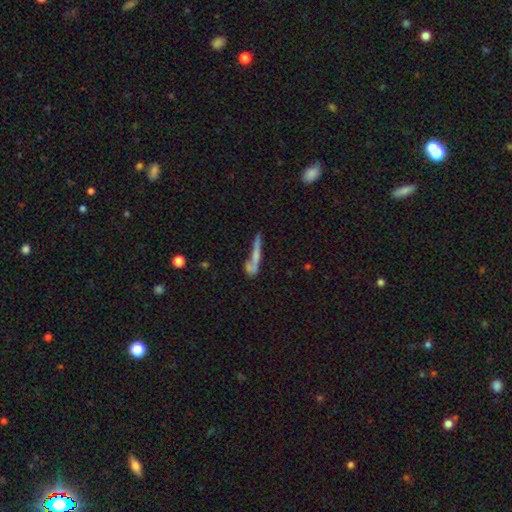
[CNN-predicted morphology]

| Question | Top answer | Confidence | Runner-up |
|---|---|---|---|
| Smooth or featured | smooth | 54% | featured or disk (36%) |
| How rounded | cigar-shaped | 88% | in between (9%) |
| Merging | none | 41% | merger (24%) |